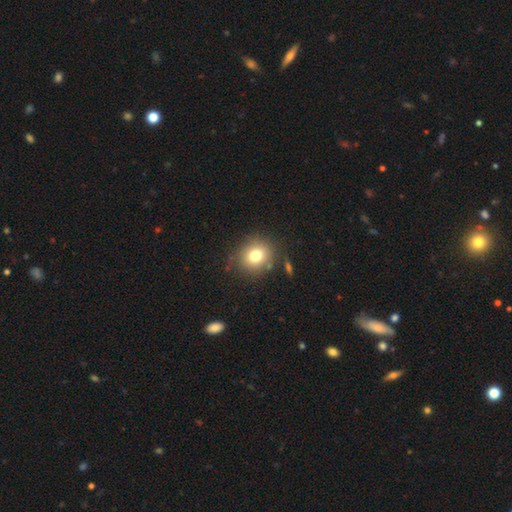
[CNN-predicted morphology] smooth-or-featured: smooth: 77% | star or artifact: 12% | featured or disk: 11%
  how-rounded: round: 81% | in between: 19% | cigar-shaped: 1%
  merging: none: 81% | minor disturbance: 11% | merger: 4% | major disturbance: 4%